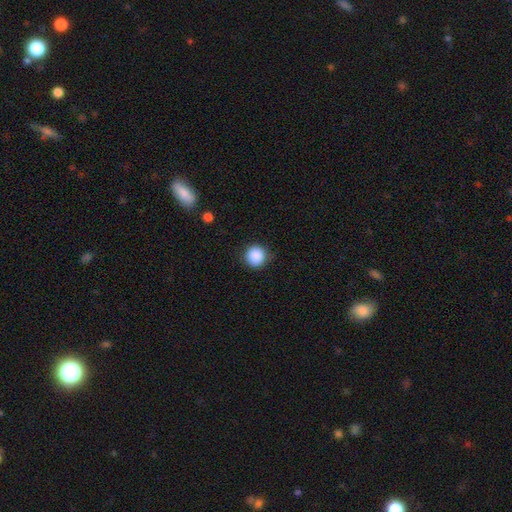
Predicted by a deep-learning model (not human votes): Morphology: type=smooth (88%); roundness=round (94%); merging=none (88%).